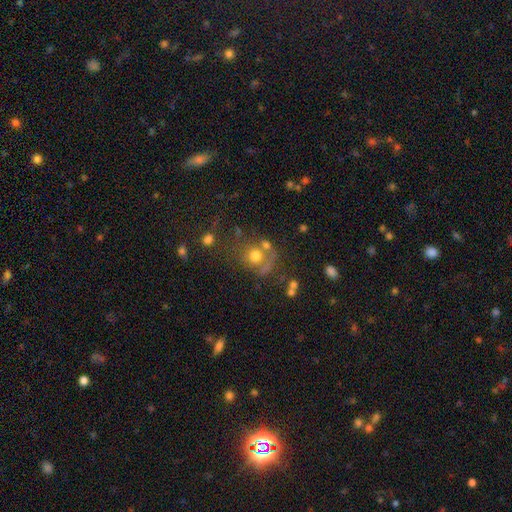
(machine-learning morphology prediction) This appears to be a smooth galaxy with no disk features (64%) that is round (81%). Merging: none (47%).